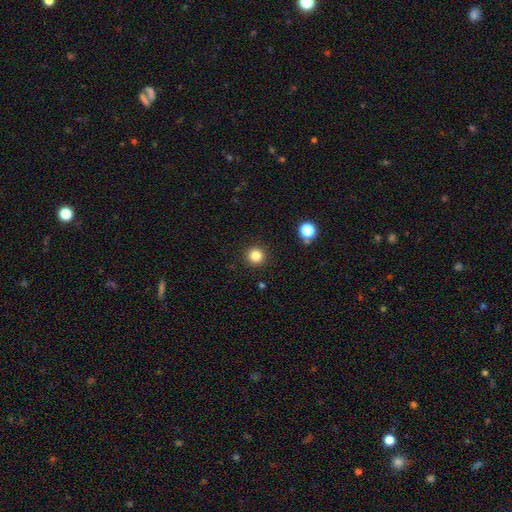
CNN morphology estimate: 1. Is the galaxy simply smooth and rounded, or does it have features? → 82% smooth, 13% star or artifact, 5% featured or disk.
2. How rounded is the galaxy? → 95% round, 4% in between, 1% cigar-shaped.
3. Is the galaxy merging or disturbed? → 92% none, 5% minor disturbance, 2% major disturbance, 1% merger.